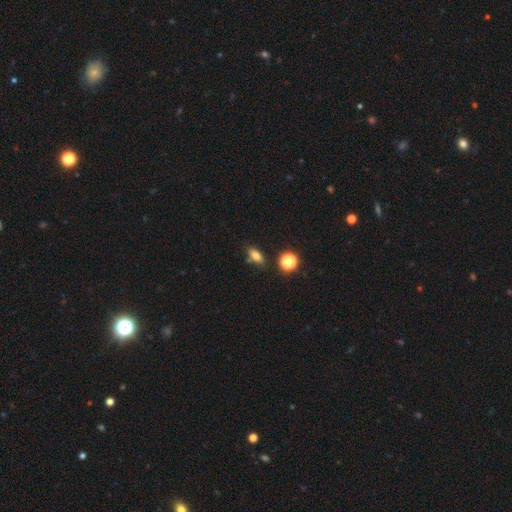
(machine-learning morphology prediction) Q: Smooth or featured?
A: smooth (76%); runner-up: star or artifact (13%)
Q: How rounded?
A: in between (75%); runner-up: cigar-shaped (14%)
Q: Merging?
A: none (77%); runner-up: minor disturbance (13%)